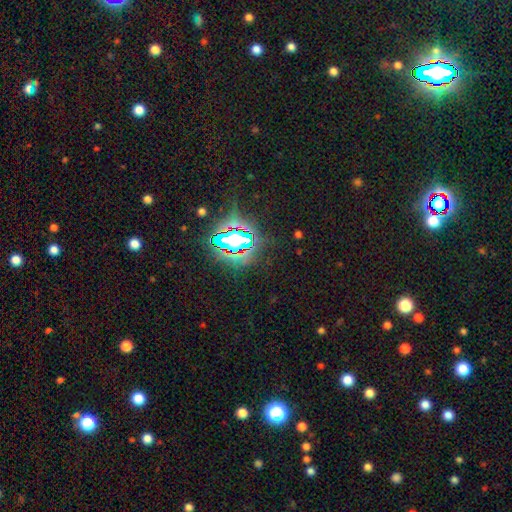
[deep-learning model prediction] Smooth or featured?
  - star or artifact: 83% *
  - smooth: 10%
  - featured or disk: 7%